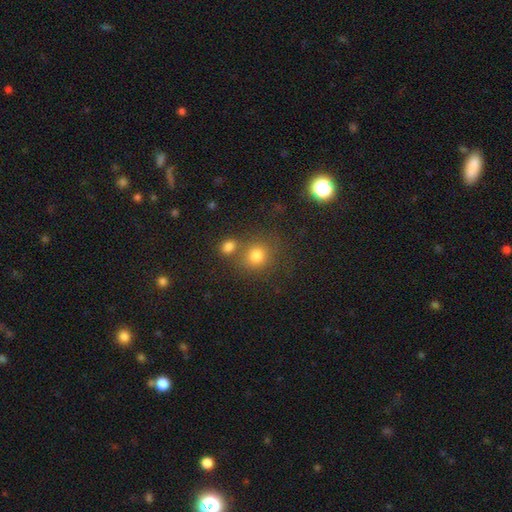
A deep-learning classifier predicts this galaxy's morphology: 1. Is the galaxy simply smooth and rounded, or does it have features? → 78% smooth, 13% star or artifact, 8% featured or disk.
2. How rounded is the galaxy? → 82% round, 17% in between, 1% cigar-shaped.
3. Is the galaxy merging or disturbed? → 59% none, 25% merger, 11% minor disturbance, 5% major disturbance.